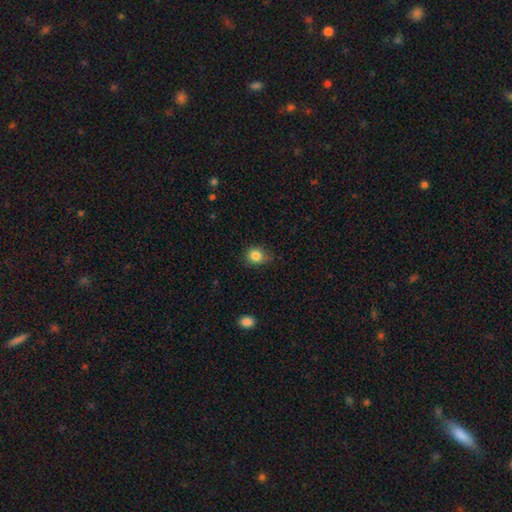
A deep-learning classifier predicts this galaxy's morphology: A smooth galaxy with no disk features (85%) that is round (76%).

Vote fractions:
- Smooth or featured? smooth: 85% / star or artifact: 11% / featured or disk: 5%
- How rounded? round: 76% / in between: 23% / cigar-shaped: 1%
- Merging? none: 74% / minor disturbance: 21% / major disturbance: 4% / merger: 1%